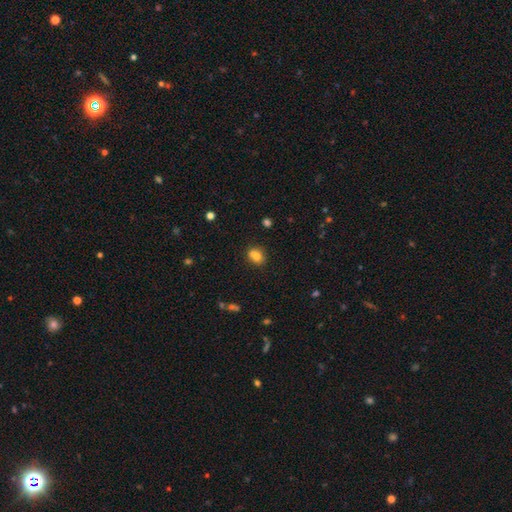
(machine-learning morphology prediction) type=smooth (74%); roundness=round (57%); merging=merger (43%).